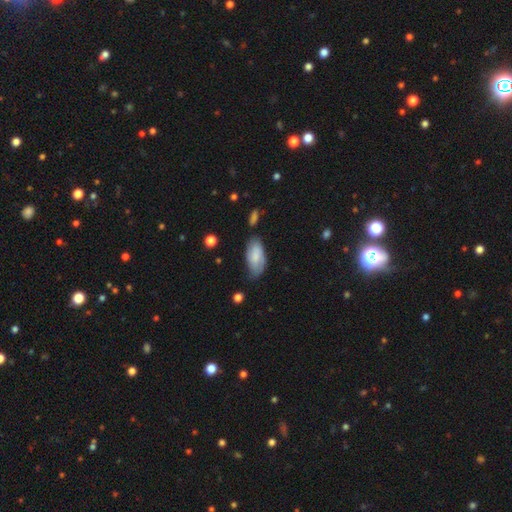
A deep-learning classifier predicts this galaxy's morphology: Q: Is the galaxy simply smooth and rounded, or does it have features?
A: smooth — 71%.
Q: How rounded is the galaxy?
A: in between — 90%.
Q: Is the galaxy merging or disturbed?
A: none — 64%.